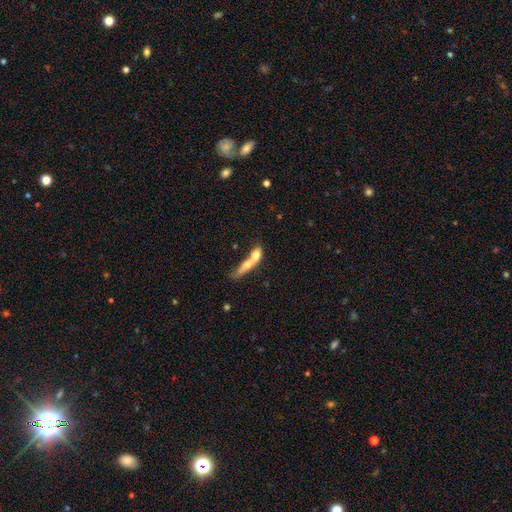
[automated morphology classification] A smooth galaxy with no disk features (58%) that is cigar-shaped (55%). Merging: merger (65%).